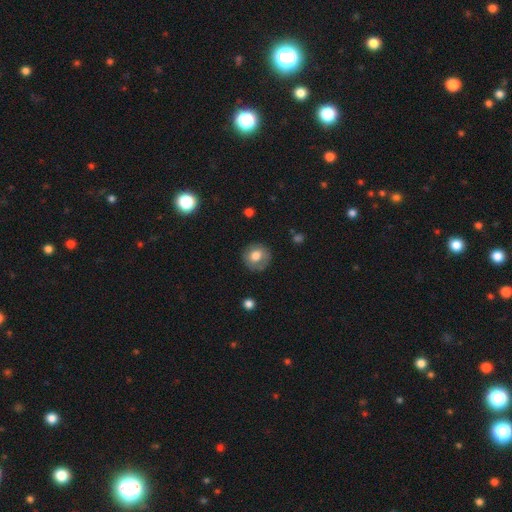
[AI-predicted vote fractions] A smooth galaxy with no disk features (73%) that is round (89%).

Vote fractions:
- Smooth or featured? smooth: 73% / featured or disk: 18% / star or artifact: 8%
- How rounded? round: 89% / in between: 10% / cigar-shaped: 1%
- Merging? none: 80% / minor disturbance: 14% / major disturbance: 4% / merger: 1%